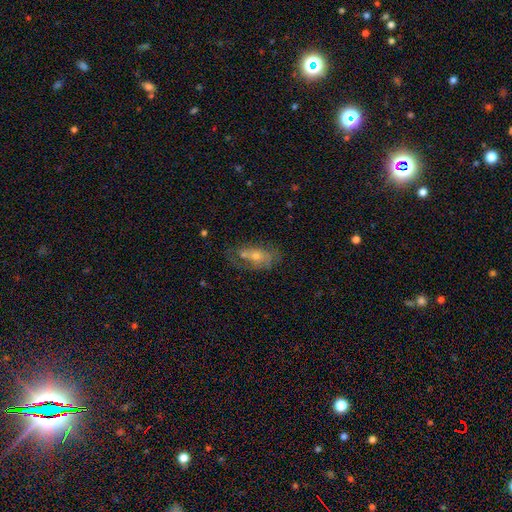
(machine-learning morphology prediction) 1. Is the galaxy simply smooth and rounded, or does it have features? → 55% featured or disk, 30% smooth, 15% star or artifact.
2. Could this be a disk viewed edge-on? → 89% no, 11% yes.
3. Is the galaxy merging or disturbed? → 54% none, 22% minor disturbance, 15% major disturbance, 9% merger.